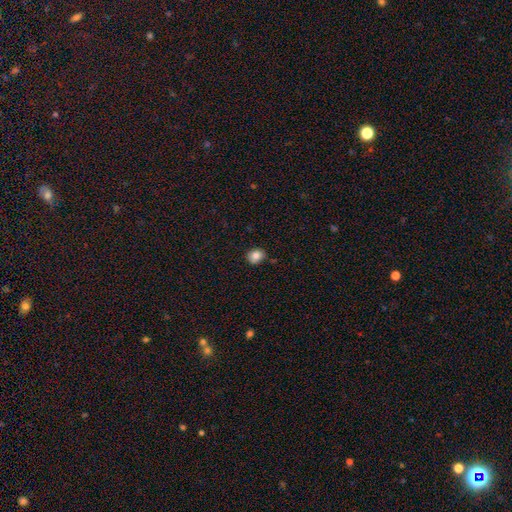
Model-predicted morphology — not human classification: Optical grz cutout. It shows a smooth galaxy with no disk features (84%) that is round (66%). Merging: none (82%).